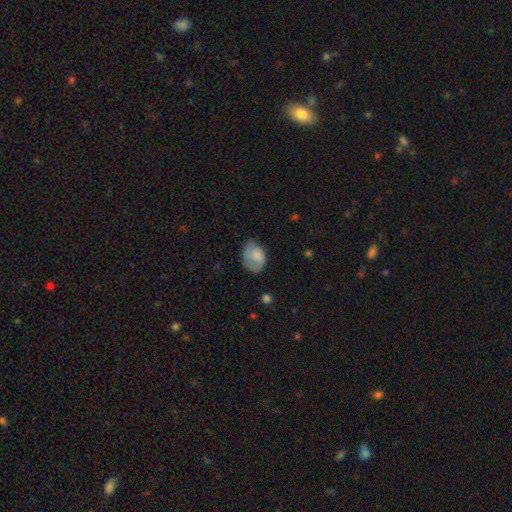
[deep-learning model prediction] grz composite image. It shows a smooth galaxy with no disk features (74%) that is in between round and cigar-shaped (79%). Merging: none (53%).